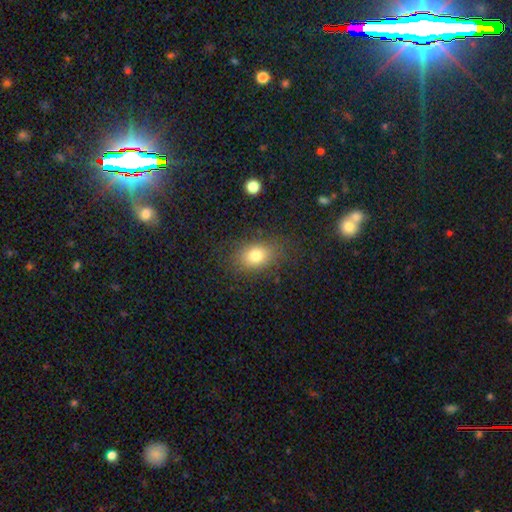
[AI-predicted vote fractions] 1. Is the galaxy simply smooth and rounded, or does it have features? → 78% smooth, 12% star or artifact, 11% featured or disk.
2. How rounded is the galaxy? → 74% in between, 24% round, 2% cigar-shaped.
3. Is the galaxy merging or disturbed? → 80% none, 13% minor disturbance, 6% major disturbance, 1% merger.